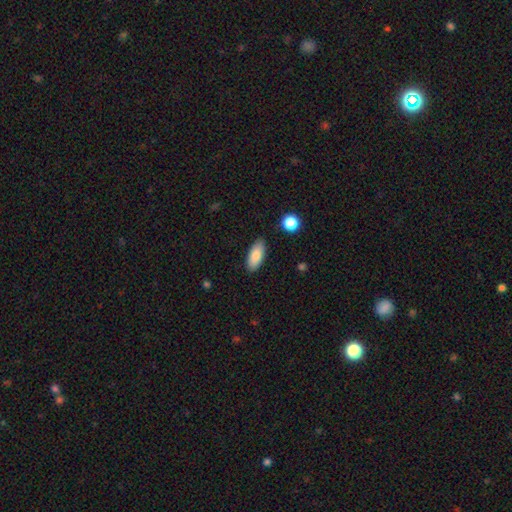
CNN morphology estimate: smooth-or-featured: smooth: 86% | featured or disk: 8% | star or artifact: 7%
  how-rounded: in between: 85% | cigar-shaped: 13% | round: 2%
  merging: none: 85% | minor disturbance: 11% | major disturbance: 2% | merger: 2%